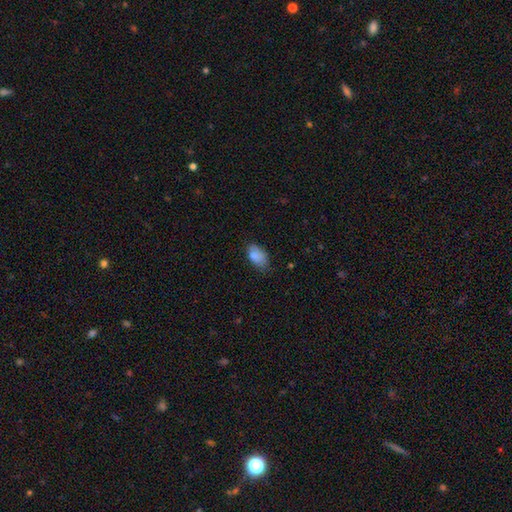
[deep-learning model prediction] A smooth galaxy with no disk features (84%) that is in between round and cigar-shaped (92%).

Vote fractions:
- Smooth or featured? smooth: 84% / featured or disk: 8% / star or artifact: 8%
- How rounded? in between: 92% / round: 6% / cigar-shaped: 2%
- Merging? none: 59% / minor disturbance: 32% / major disturbance: 7% / merger: 2%